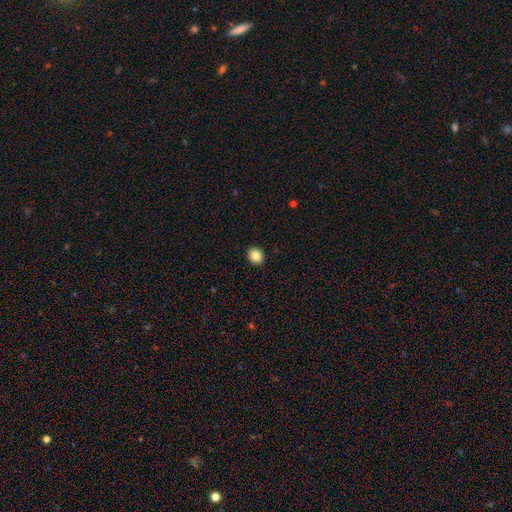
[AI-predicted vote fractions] A smooth galaxy with no disk features (85%) that is round (80%). Merging: none (93%).